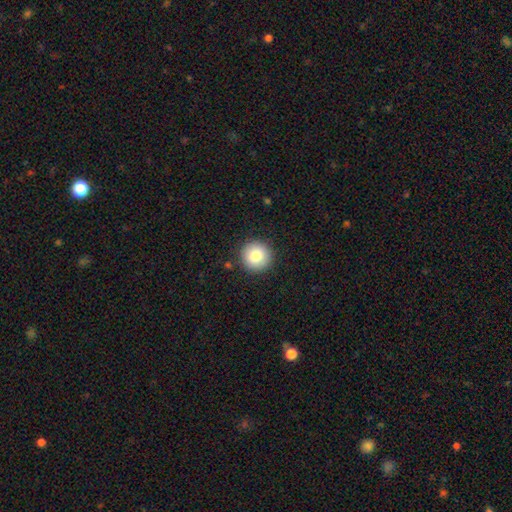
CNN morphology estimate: type=smooth (82%); roundness=round (95%); merging=none (91%).